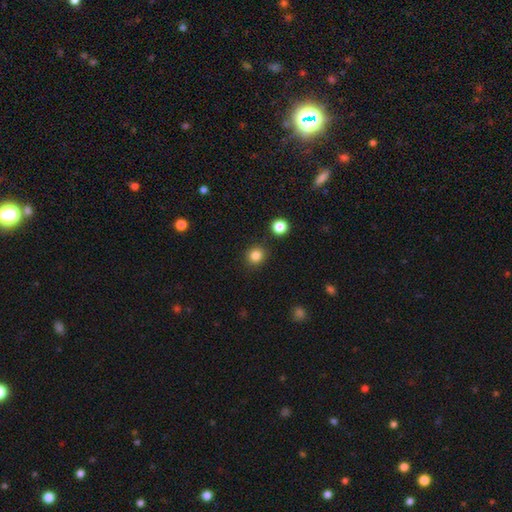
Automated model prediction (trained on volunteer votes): This is clearly a smooth galaxy (84%). How rounded: clearly round (86%). Merging: clearly none (89%).